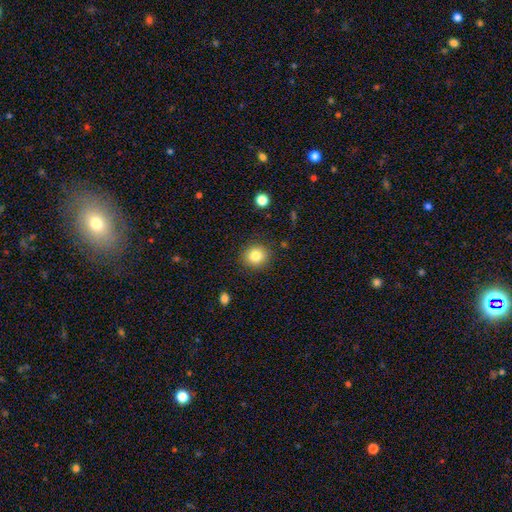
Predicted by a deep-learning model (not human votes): smooth-or-featured: smooth: 82% | star or artifact: 11% | featured or disk: 8%
  how-rounded: round: 85% | in between: 14% | cigar-shaped: 1%
  merging: none: 88% | minor disturbance: 8% | major disturbance: 3% | merger: 1%